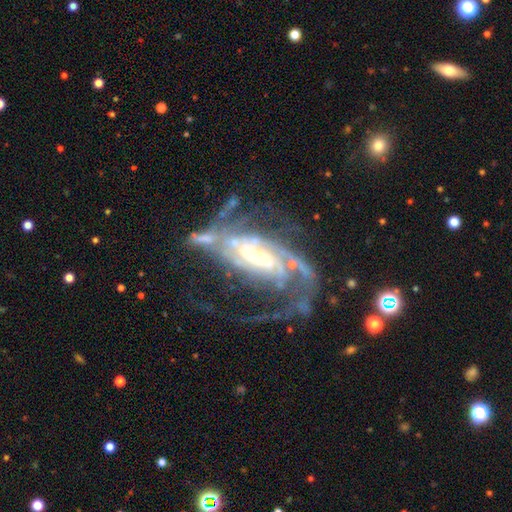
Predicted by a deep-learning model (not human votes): smooth_or_featured: featured or disk (p=0.89) [alt: star or artifact p=0.06]
disk_edge_on: no (p=0.94) [alt: yes p=0.06]
bar: weak (p=0.39) [alt: strong p=0.37]
has_spiral_arms: yes (p=0.96) [alt: no p=0.04]
spiral_winding: medium (p=0.43) [alt: tight p=0.39]
spiral_arm_count: 2 (p=0.35) [alt: can't tell p=0.23]
bulge_size: moderate (p=0.42) [alt: small p=0.41]
merging: none (p=0.40) [alt: major disturbance p=0.32]